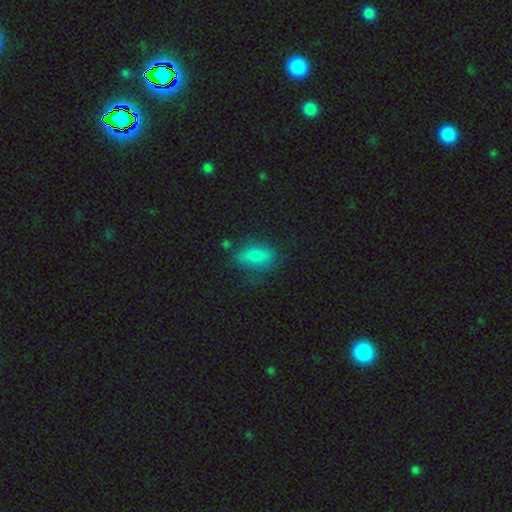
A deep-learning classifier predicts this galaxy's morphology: Q: Smooth or featured?
A: smooth (76%); runner-up: featured or disk (12%)
Q: How rounded?
A: in between (84%); runner-up: cigar-shaped (9%)
Q: Merging?
A: none (61%); runner-up: minor disturbance (25%)